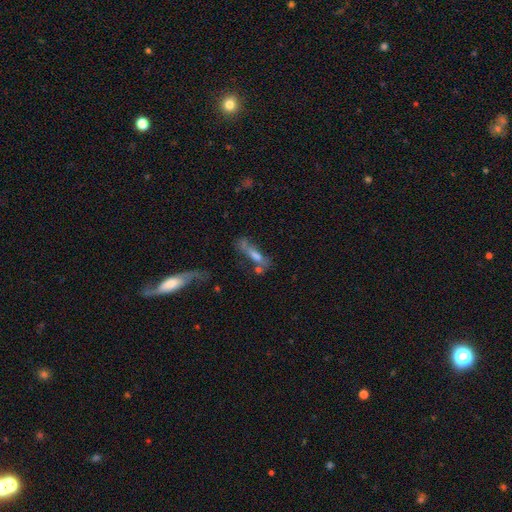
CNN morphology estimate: Smooth or featured: smooth — 48% (featured or disk — 39%)
Merging: none — 31% (merger — 27%)